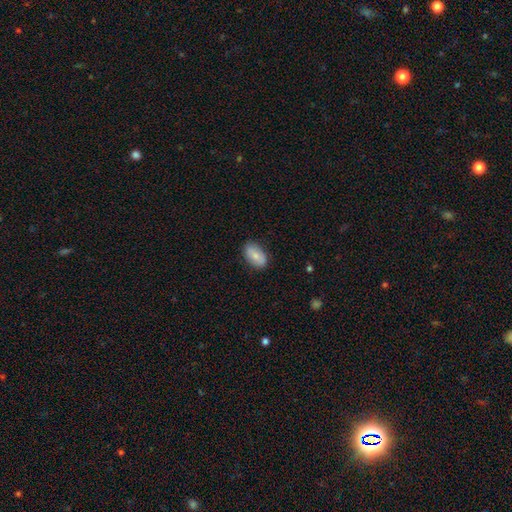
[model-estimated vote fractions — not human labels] A smooth galaxy with no disk features (76%) that is in between round and cigar-shaped (92%).

Vote fractions:
- Smooth or featured? smooth: 76% / featured or disk: 18% / star or artifact: 7%
- How rounded? in between: 92% / round: 6% / cigar-shaped: 2%
- Merging? none: 84% / minor disturbance: 13% / major disturbance: 2% / merger: 1%